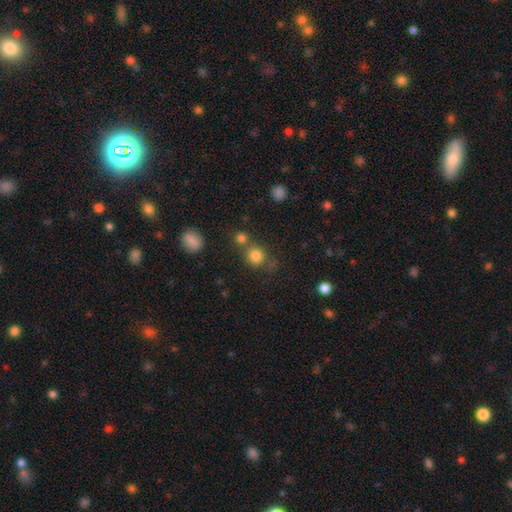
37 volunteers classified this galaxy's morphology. Smooth or featured? 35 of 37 (95%) said smooth. How rounded? 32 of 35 (91%) said round. Merging? 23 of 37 (62%) said none.